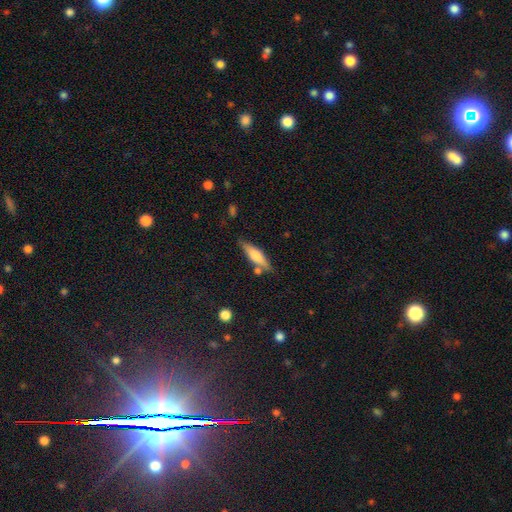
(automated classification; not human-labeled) A smooth galaxy with no disk features (60%) that is cigar-shaped (64%).

Vote fractions:
- Smooth or featured? smooth: 60% / featured or disk: 34% / star or artifact: 7%
- How rounded? cigar-shaped: 64% / in between: 34% / round: 2%
- Merging? none: 74% / minor disturbance: 14% / merger: 8% / major disturbance: 3%